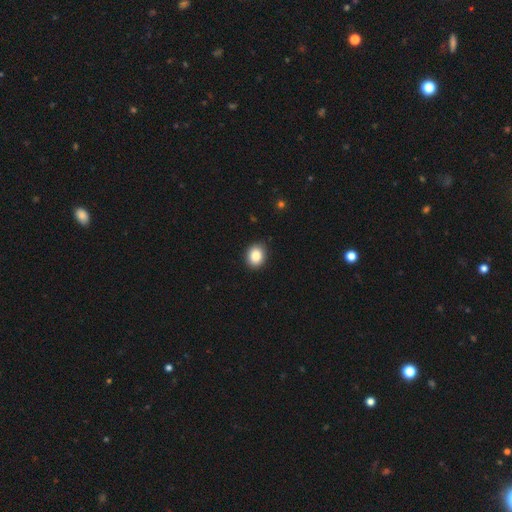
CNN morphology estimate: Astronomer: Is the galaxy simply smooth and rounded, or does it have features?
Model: smooth — 87%.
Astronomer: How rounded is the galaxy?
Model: round — 55% (runner-up: in between, 44%).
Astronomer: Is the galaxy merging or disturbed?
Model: none — 89%.